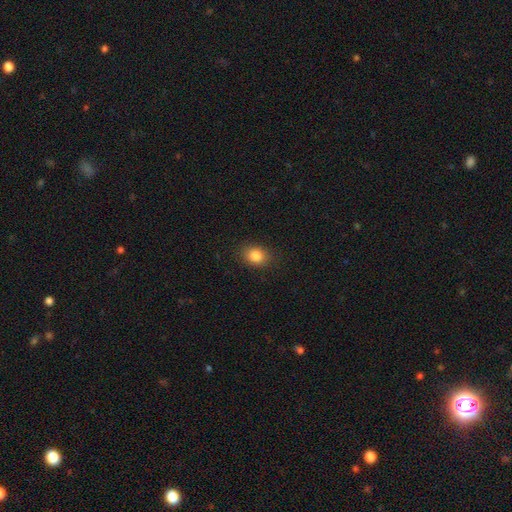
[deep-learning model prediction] Q: Smooth or featured?
A: smooth (84%); runner-up: star or artifact (10%)
Q: How rounded?
A: round (50%); runner-up: in between (49%)
Q: Merging?
A: none (87%); runner-up: minor disturbance (10%)